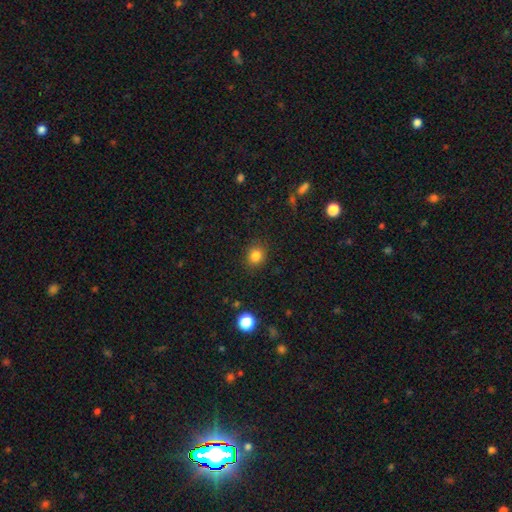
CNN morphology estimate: Smooth or featured? Predicted: smooth (p=0.83). How rounded? Predicted: round (p=0.76). Merging? Predicted: none (p=0.88).